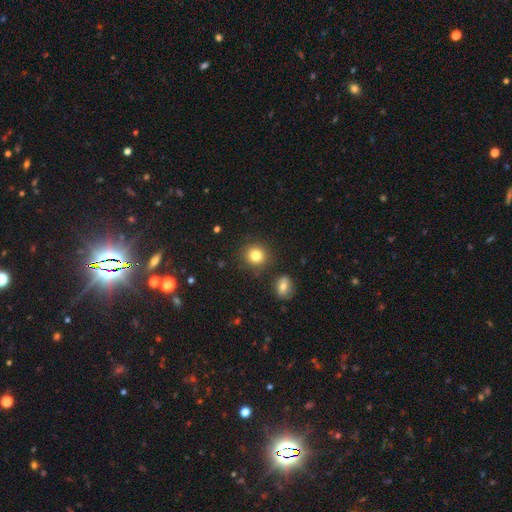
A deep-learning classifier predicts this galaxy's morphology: smooth-or-featured: smooth: 82% | star or artifact: 11% | featured or disk: 7%
  how-rounded: round: 87% | in between: 12% | cigar-shaped: 1%
  merging: none: 85% | minor disturbance: 8% | merger: 5% | major disturbance: 3%